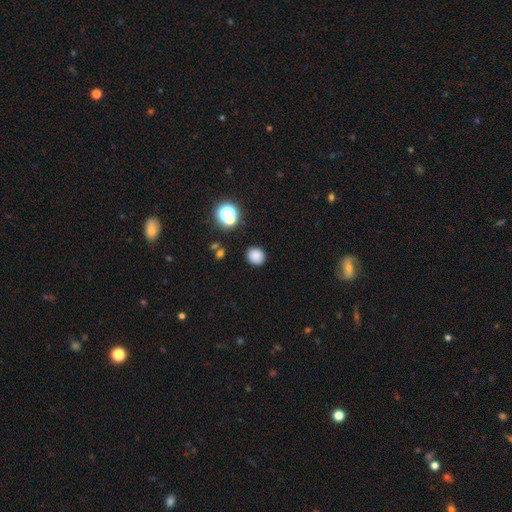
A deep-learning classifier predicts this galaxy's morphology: Overall: smooth (82%). How rounded: round (77%). Merging: none (88%).